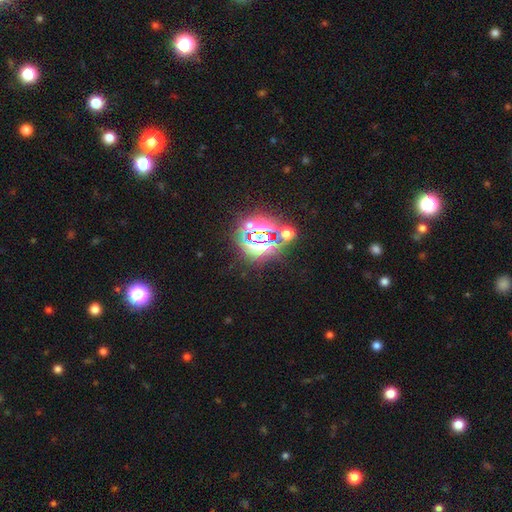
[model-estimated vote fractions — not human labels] smooth-or-featured: star or artifact: 79% | smooth: 14% | featured or disk: 7%